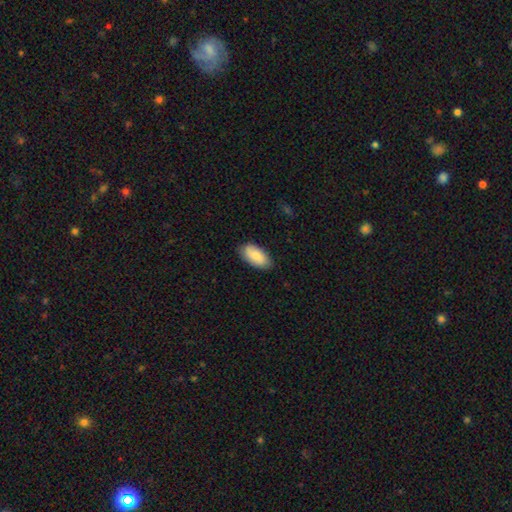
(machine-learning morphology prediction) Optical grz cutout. It shows a smooth galaxy with no disk features (82%) that is in between round and cigar-shaped (94%). Merging: none (85%).